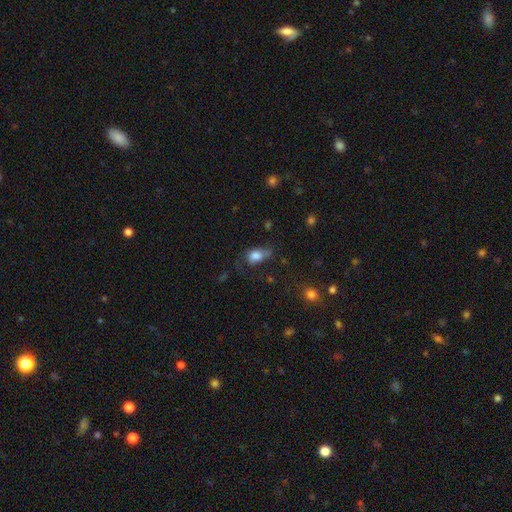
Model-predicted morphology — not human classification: A smooth galaxy with no disk features (78%) that is in between round and cigar-shaped (73%).

Vote fractions:
- Smooth or featured? smooth: 78% / featured or disk: 12% / star or artifact: 10%
- How rounded? in between: 73% / round: 24% / cigar-shaped: 3%
- Merging? none: 35% / minor disturbance: 31% / major disturbance: 30% / merger: 5%